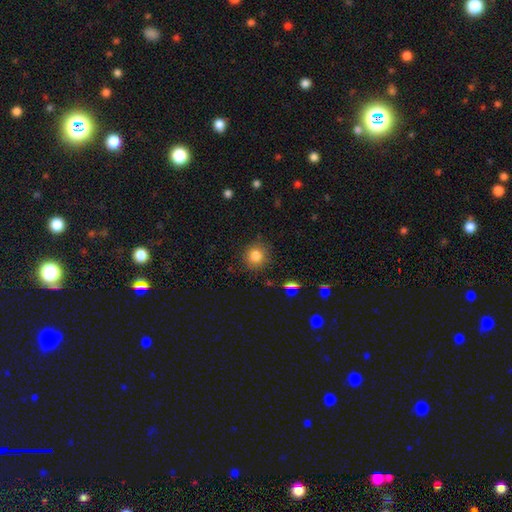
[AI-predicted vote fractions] The model was most divided on "smooth or featured": smooth: 84%, star or artifact: 11%, featured or disk: 6%. More confident: how rounded — round (88%); merging — none (85%).